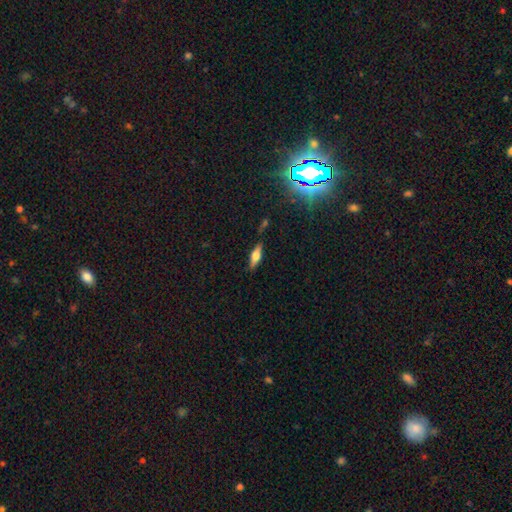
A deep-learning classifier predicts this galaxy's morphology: This appears to be a smooth galaxy with no disk features (51%) that is in between round and cigar-shaped (53%). Merging: none (77%).